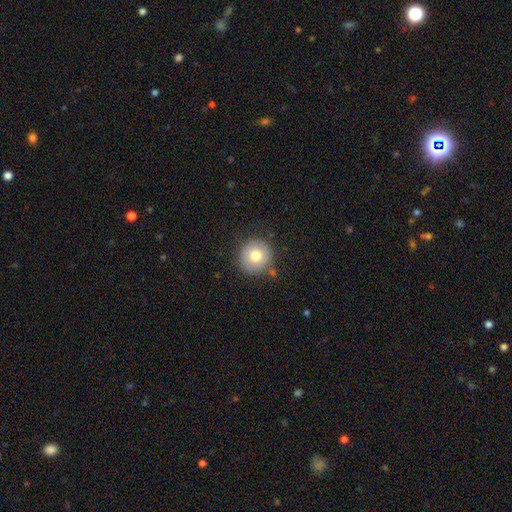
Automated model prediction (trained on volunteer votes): Overall: smooth (75%). How rounded: round (94%). Merging: none (84%).